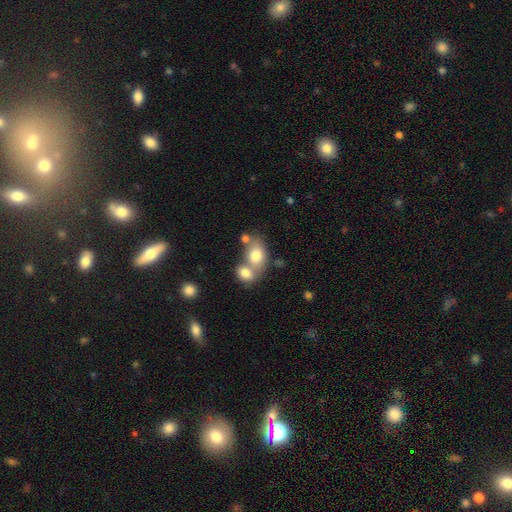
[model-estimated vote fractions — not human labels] Smooth or featured: smooth — 76% (featured or disk — 16%)
How rounded: in between — 71% (round — 27%)
Merging: merger — 55% (none — 32%)